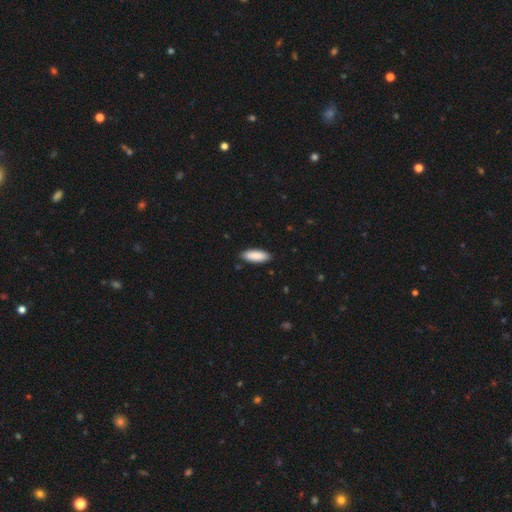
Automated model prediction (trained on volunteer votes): Q: Smooth or featured?
A: smooth (90%); runner-up: star or artifact (5%)
Q: How rounded?
A: in between (70%); runner-up: cigar-shaped (29%)
Q: Merging?
A: none (88%); runner-up: minor disturbance (9%)